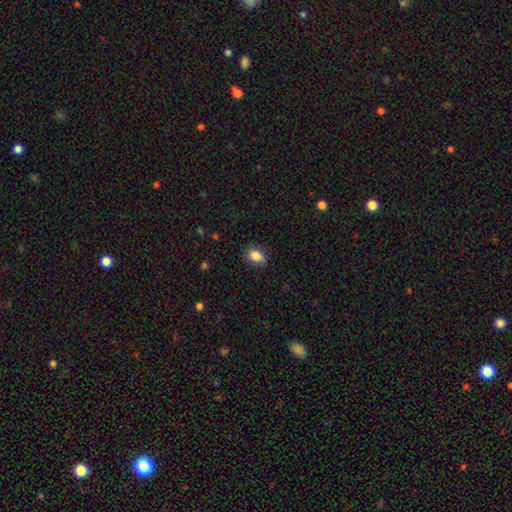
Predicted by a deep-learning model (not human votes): smooth 86%, star or artifact 9%, featured or disk 6%. Down the decision tree: how rounded — in between (77%); merging — none (80%).